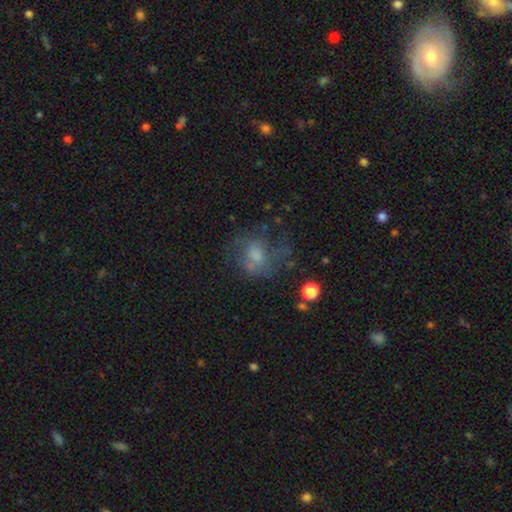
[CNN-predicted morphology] Smooth or featured?
  - smooth: 50% *
  - featured or disk: 35%
  - star or artifact: 15%
Merging?
  - none: 43% *
  - major disturbance: 29%
  - minor disturbance: 22%
  - merger: 6%